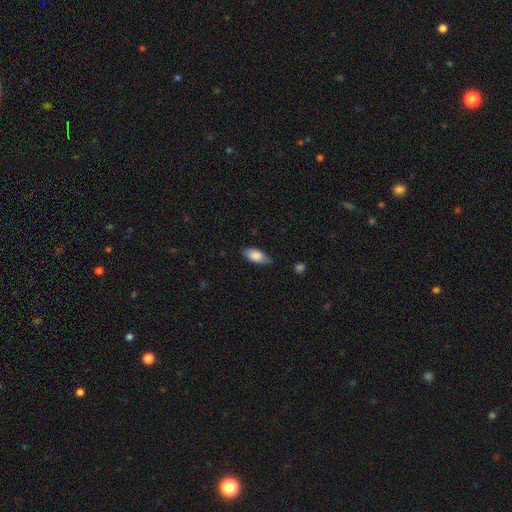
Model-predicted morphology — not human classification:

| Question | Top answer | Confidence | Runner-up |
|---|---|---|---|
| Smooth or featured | smooth | 82% | featured or disk (12%) |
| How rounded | in between | 87% | cigar-shaped (10%) |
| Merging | none | 76% | minor disturbance (19%) |